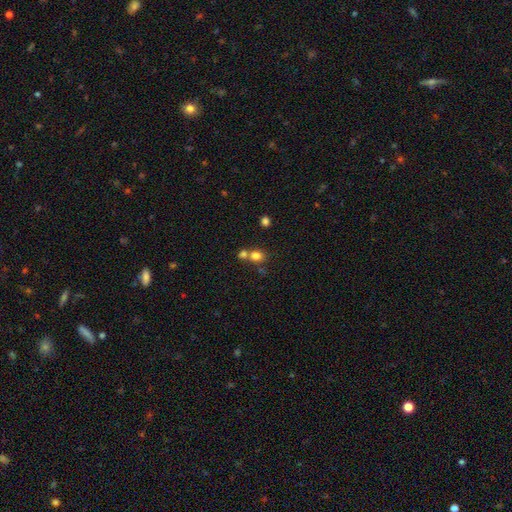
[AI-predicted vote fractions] Smooth or featured? Predicted: smooth (p=0.78). How rounded? Predicted: round (p=0.71). Merging? Predicted: none (p=0.47).